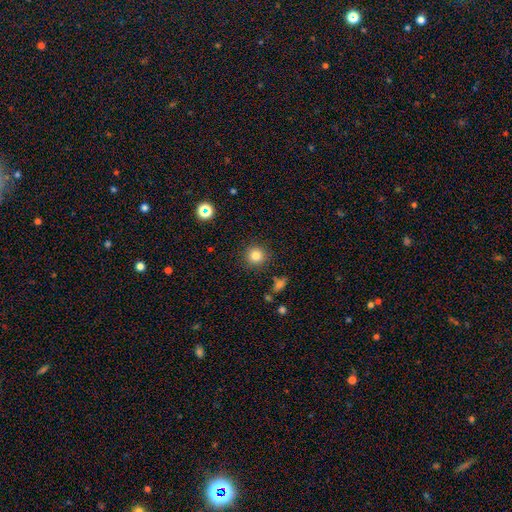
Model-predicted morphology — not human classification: Smooth or featured: smooth — 81% (star or artifact — 12%)
How rounded: round — 94% (in between — 5%)
Merging: none — 88% (minor disturbance — 7%)